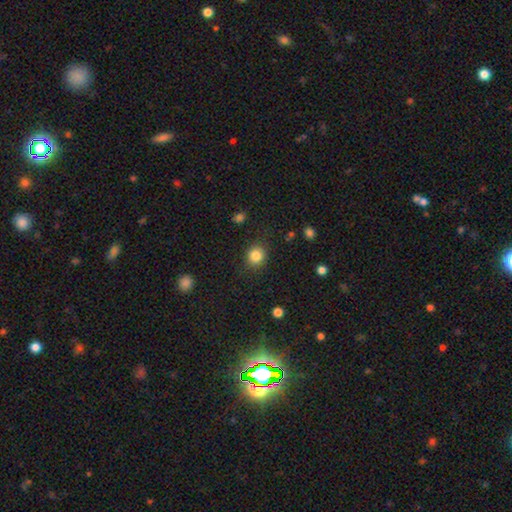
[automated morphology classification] Smooth or featured? smooth (84%)
How rounded? round (83%)
Merging? none (87%)